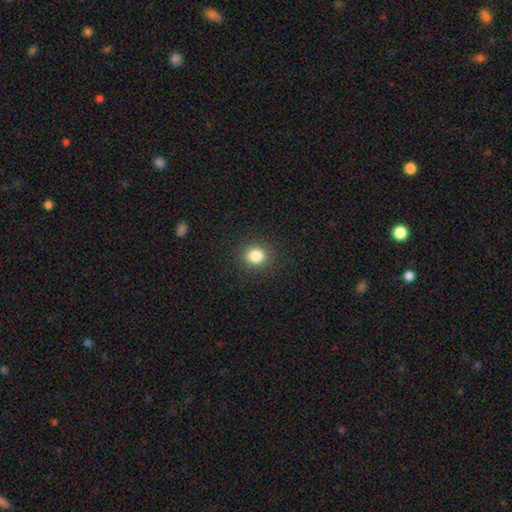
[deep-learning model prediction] This appears to be a smooth galaxy with no disk features (83%) that is round (80%). Merging: none (89%).